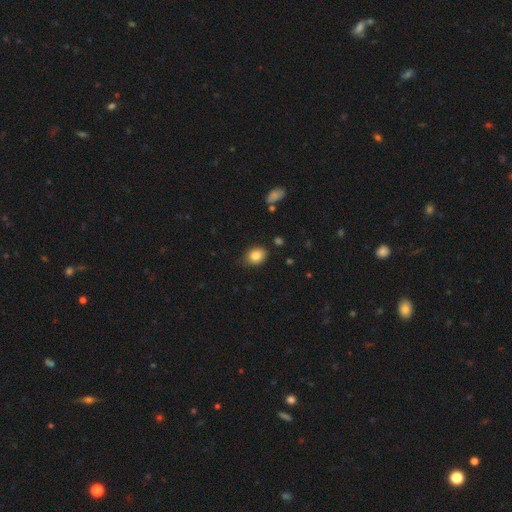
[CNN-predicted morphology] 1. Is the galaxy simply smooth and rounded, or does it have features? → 84% smooth, 9% star or artifact, 7% featured or disk.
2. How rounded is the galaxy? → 54% in between, 45% round, 1% cigar-shaped.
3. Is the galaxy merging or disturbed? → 79% none, 16% minor disturbance, 3% major disturbance, 2% merger.